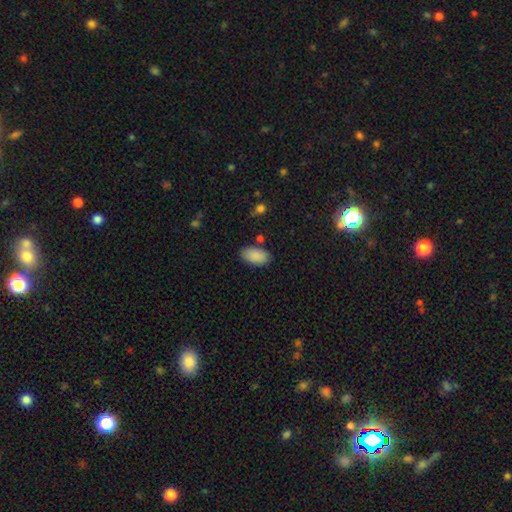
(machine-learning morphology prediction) This is clearly a smooth galaxy (89%). How rounded: clearly in between (95%). Merging: clearly none (80%).